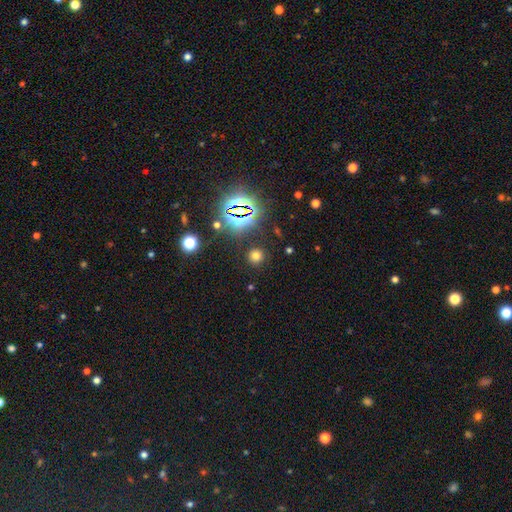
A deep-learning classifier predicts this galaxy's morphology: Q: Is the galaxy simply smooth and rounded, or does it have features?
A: smooth — 64%.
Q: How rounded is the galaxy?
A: round — 91%.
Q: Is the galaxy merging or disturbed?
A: none — 88%.